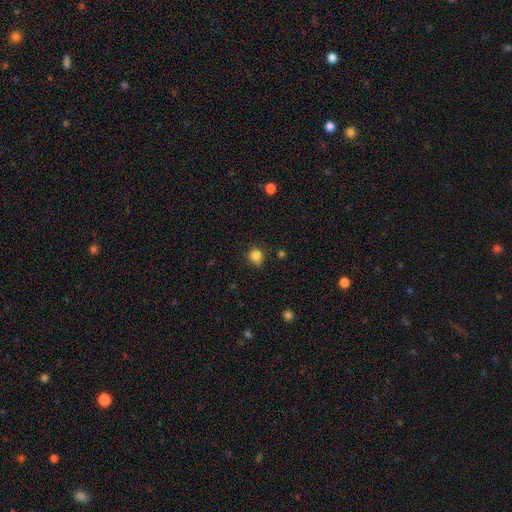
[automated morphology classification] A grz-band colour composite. It shows a smooth galaxy with no disk features (83%) that is round (86%). Merging: none (74%).